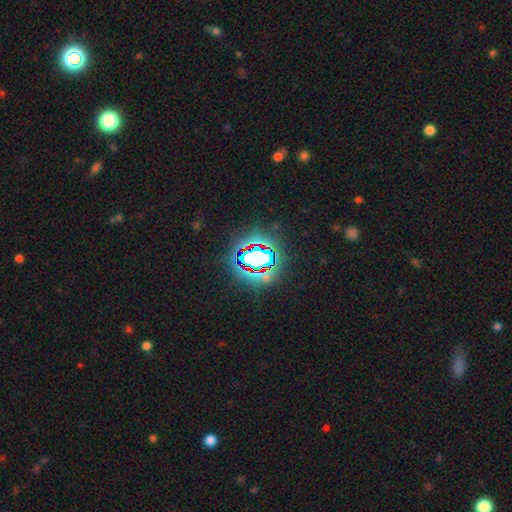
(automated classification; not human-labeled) A star or artifact, not a galaxy (70%).

Vote fractions:
- Smooth or featured? star or artifact: 70% / smooth: 18% / featured or disk: 13%